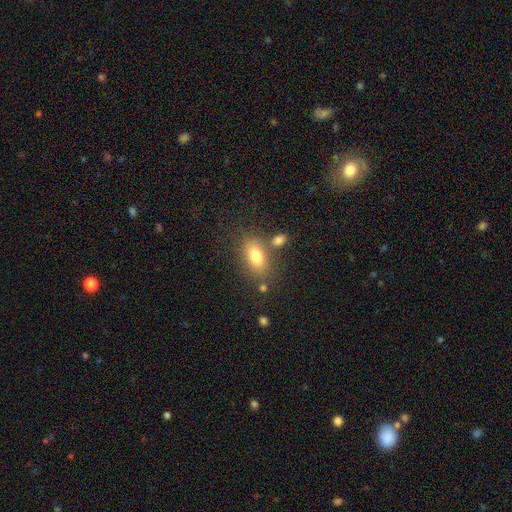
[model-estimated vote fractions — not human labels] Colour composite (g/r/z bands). It shows a smooth galaxy with no disk features (77%) that is in between round and cigar-shaped (86%). Merging: none (69%).